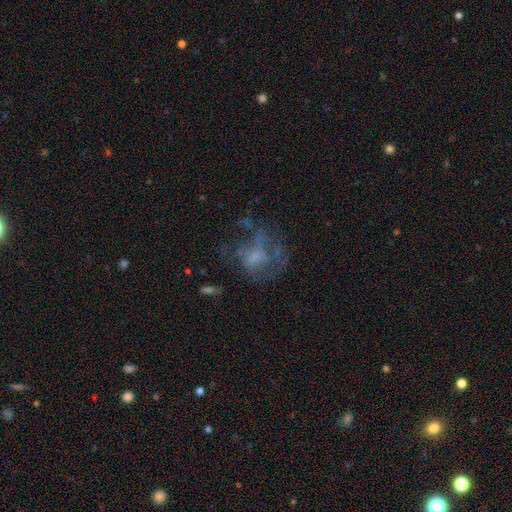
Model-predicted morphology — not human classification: type=featured or disk (52%); edge-on=no (97%); bar=no (75%); spiral arms=no (76%); bulge=none (43%); merging=none (40%).